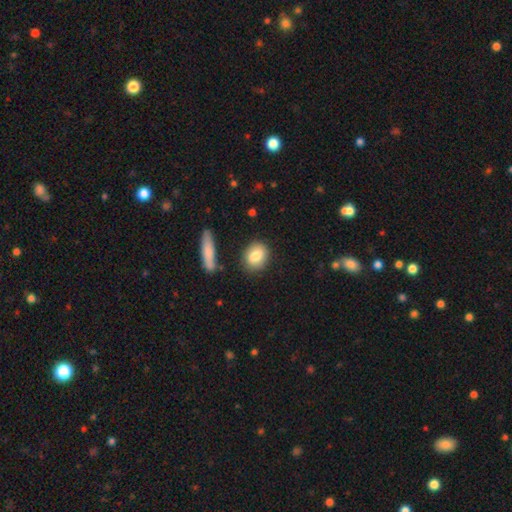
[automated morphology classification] The model was most divided on "how rounded": in between: 54%, round: 43%, cigar-shaped: 3%. More confident: smooth or featured — smooth (83%); merging — none (83%).